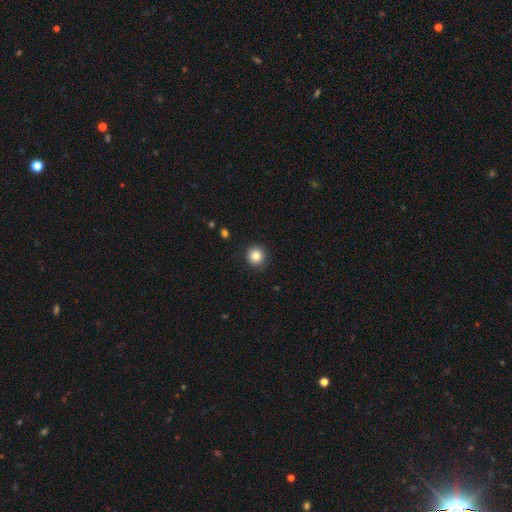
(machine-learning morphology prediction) This is clearly a smooth galaxy (85%). How rounded: clearly round (92%). Merging: clearly none (88%).